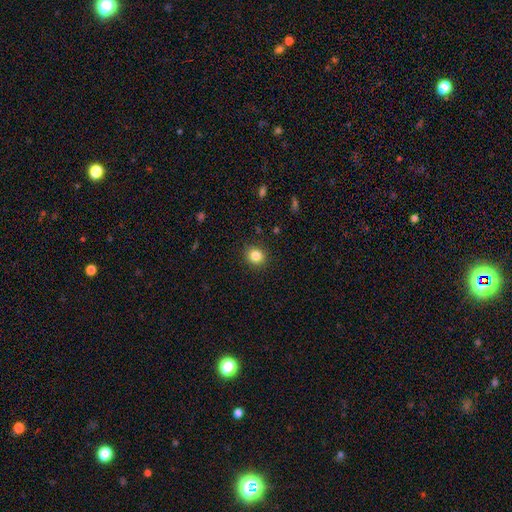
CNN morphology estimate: The model was most divided on "how rounded": round: 78%, in between: 21%, cigar-shaped: 1%. More confident: merging — none (90%); smooth or featured — smooth (84%).